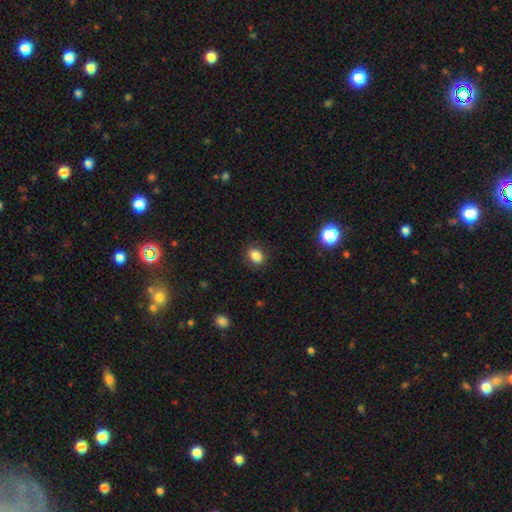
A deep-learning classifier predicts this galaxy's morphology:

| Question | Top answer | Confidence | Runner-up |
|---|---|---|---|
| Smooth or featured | smooth | 86% | star or artifact (10%) |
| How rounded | in between | 62% | round (36%) |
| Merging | none | 87% | minor disturbance (10%) |